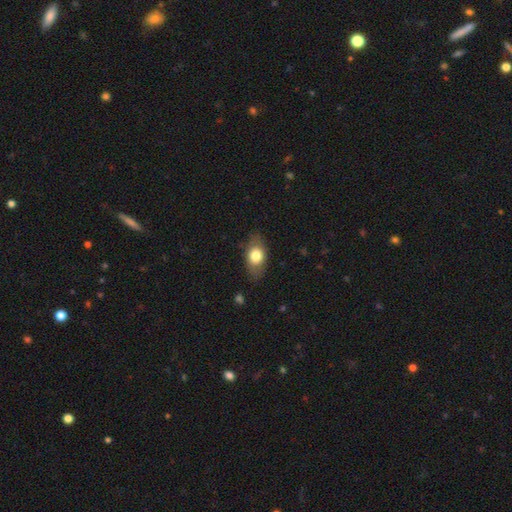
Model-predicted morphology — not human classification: Smooth or featured: smooth — 73% (featured or disk — 20%)
How rounded: in between — 81% (round — 16%)
Merging: none — 77% (minor disturbance — 17%)